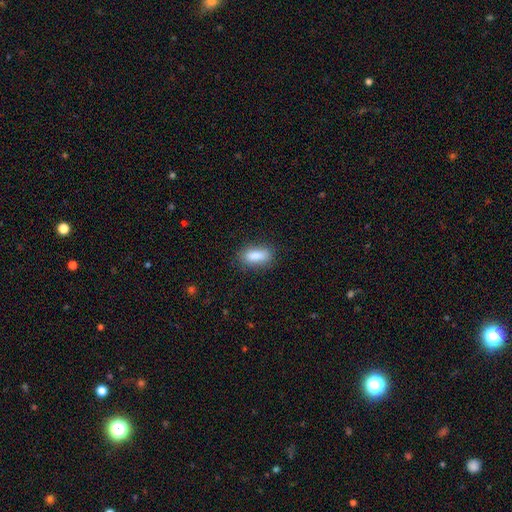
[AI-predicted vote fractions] A smooth galaxy with no disk features (86%) that is in between round and cigar-shaped (79%). Merging: none (81%).